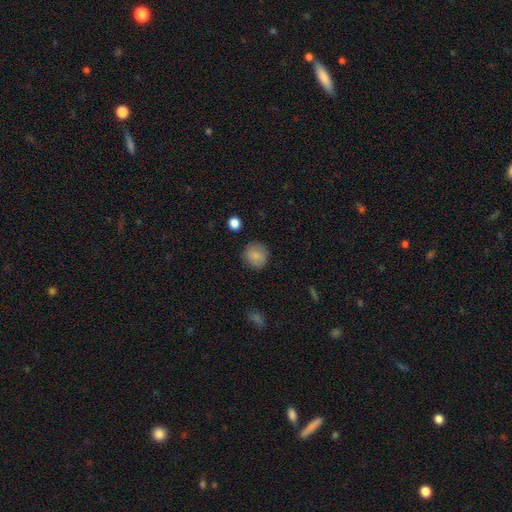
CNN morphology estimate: type=smooth (84%); roundness=round (92%); merging=none (88%).